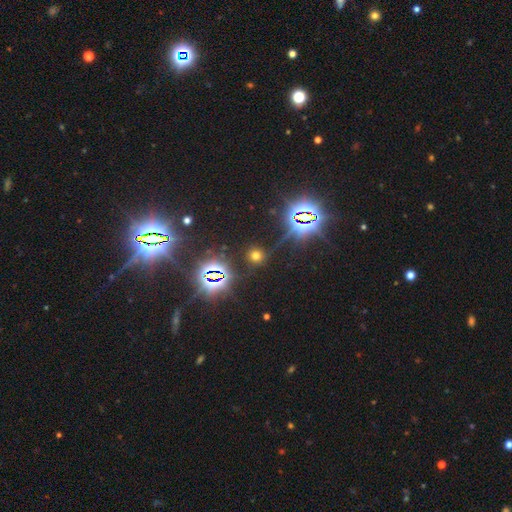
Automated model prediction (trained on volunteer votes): Smooth or featured: smooth — 49% (star or artifact — 43%)
Merging: none — 84% (minor disturbance — 9%)